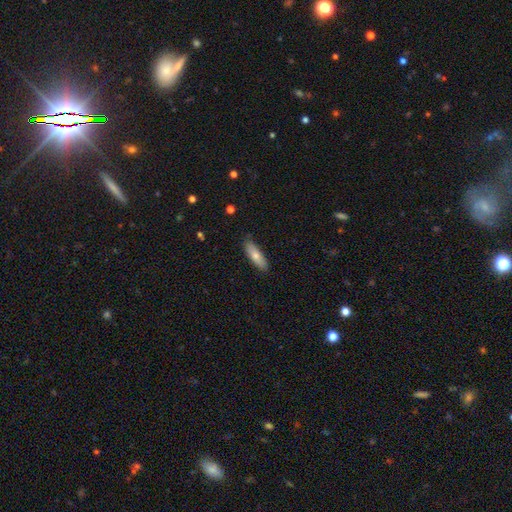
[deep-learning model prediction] This appears to be a smooth galaxy with no disk features (73%) that is cigar-shaped (51%). Merging: none (86%).